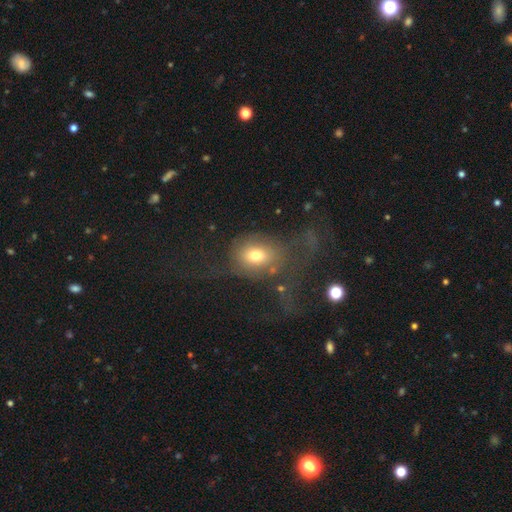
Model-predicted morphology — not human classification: smooth_or_featured: smooth (p=0.66) [alt: featured or disk p=0.22]
how_rounded: in between (p=0.50) [alt: round p=0.48]
merging: major disturbance (p=0.46) [alt: none p=0.32]